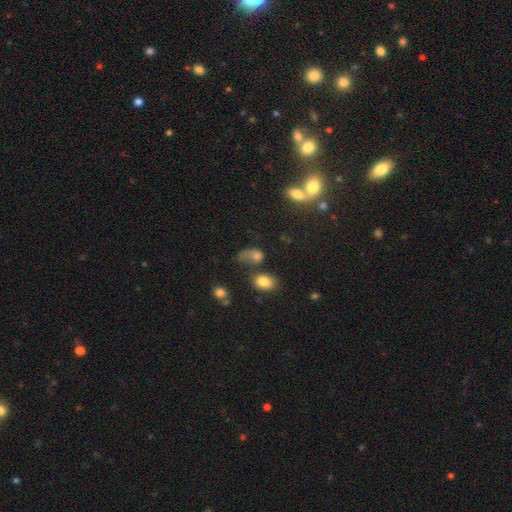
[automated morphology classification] smooth 68%, star or artifact 18%, featured or disk 15%. Down the decision tree: how rounded — in between (66%); merging — none (33%).